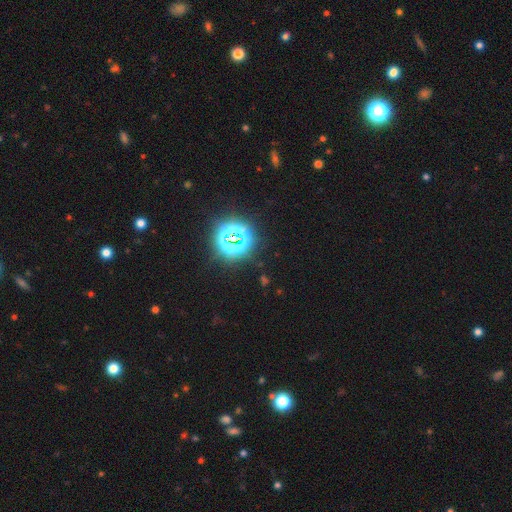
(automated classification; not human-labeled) Overall: star or artifact (83%).